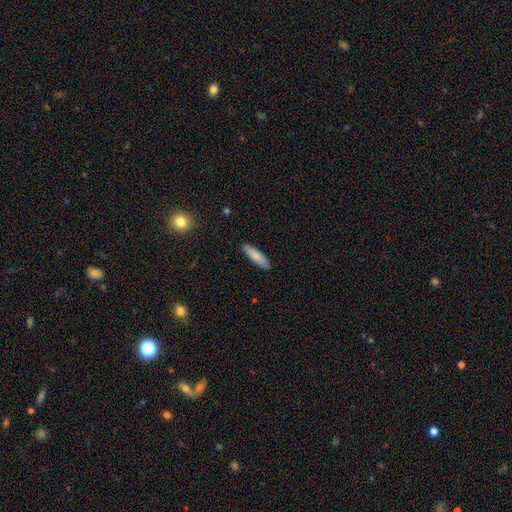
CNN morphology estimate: Q: Smooth or featured?
A: smooth (82%); runner-up: featured or disk (12%)
Q: How rounded?
A: cigar-shaped (73%); runner-up: in between (26%)
Q: Merging?
A: none (90%); runner-up: minor disturbance (7%)